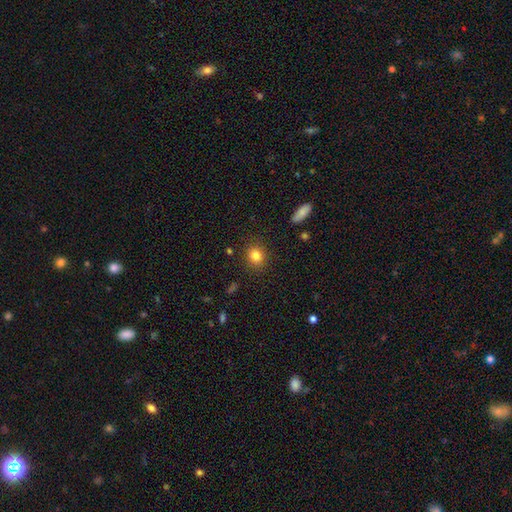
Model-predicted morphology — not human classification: smooth-or-featured: smooth: 83% | star or artifact: 11% | featured or disk: 7%
  how-rounded: round: 74% | in between: 24% | cigar-shaped: 1%
  merging: none: 88% | minor disturbance: 8% | major disturbance: 2% | merger: 1%